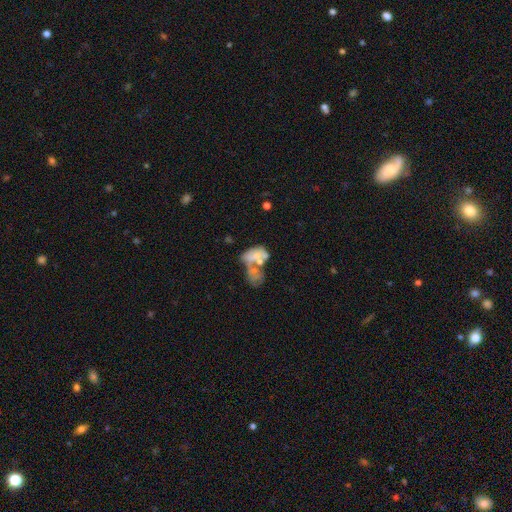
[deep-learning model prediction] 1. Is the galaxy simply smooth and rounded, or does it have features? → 49% smooth, 41% featured or disk, 11% star or artifact.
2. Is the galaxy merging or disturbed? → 57% merger, 17% major disturbance, 15% none, 11% minor disturbance.